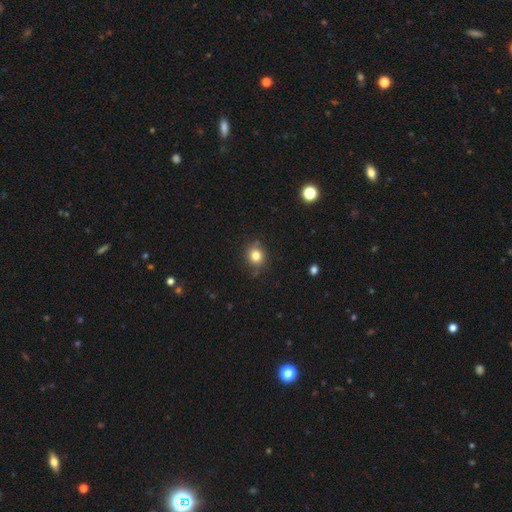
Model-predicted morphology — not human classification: smooth 81%, star or artifact 12%, featured or disk 7%. Down the decision tree: how rounded — round (83%); merging — none (83%).